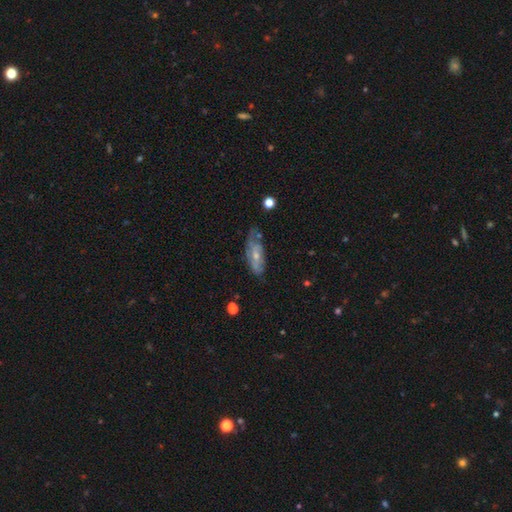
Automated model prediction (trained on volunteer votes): smooth_or_featured: featured or disk (p=0.55) [alt: smooth p=0.38]
disk_edge_on: no (p=0.80) [alt: yes p=0.20]
merging: none (p=0.46) [alt: minor disturbance p=0.33]